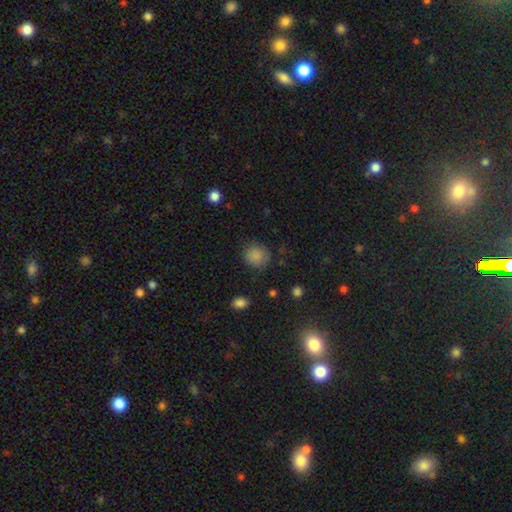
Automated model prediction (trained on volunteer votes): This is clearly a smooth galaxy (85%). How rounded: clearly round (85%). Merging: clearly none (81%).